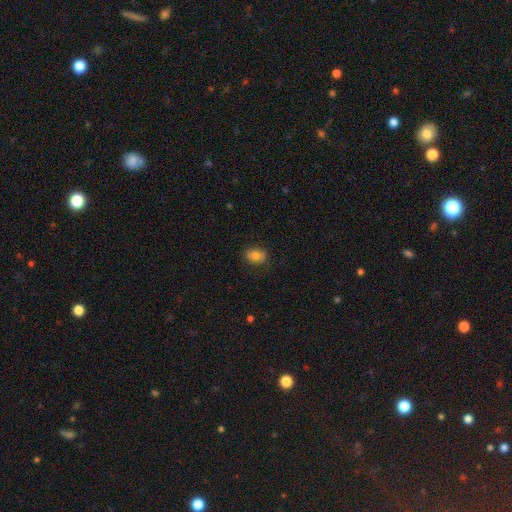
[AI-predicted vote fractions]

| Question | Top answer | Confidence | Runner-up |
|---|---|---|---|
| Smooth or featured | smooth | 79% | featured or disk (11%) |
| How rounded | in between | 69% | round (30%) |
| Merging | none | 84% | minor disturbance (12%) |